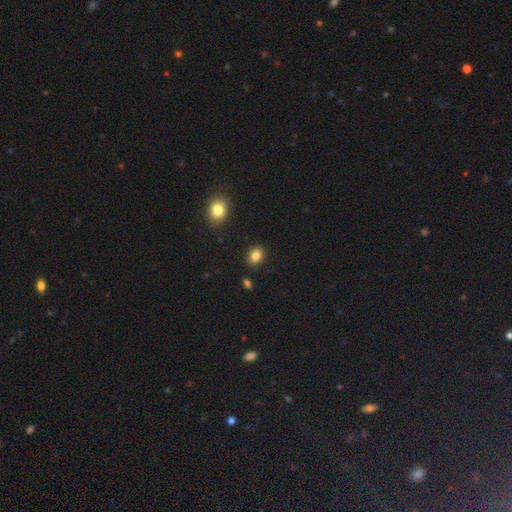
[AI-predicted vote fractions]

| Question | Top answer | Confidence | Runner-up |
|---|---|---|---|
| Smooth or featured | smooth | 85% | star or artifact (10%) |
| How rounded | in between | 56% | round (43%) |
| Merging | none | 88% | minor disturbance (8%) |